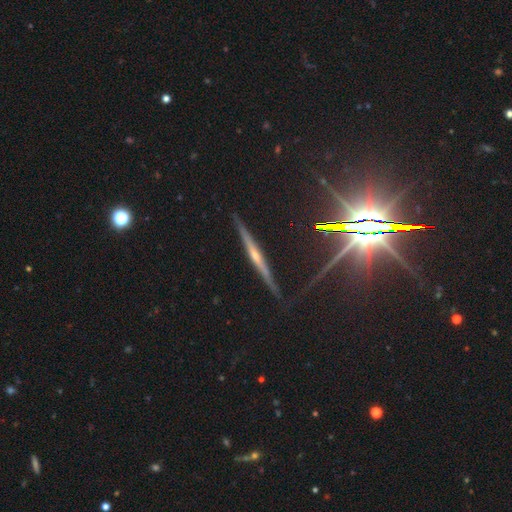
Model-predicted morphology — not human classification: This appears to be a featured or disk galaxy (72%) viewed edge-on (97%) with a rounded central bulge (69%). Merging: none (86%).